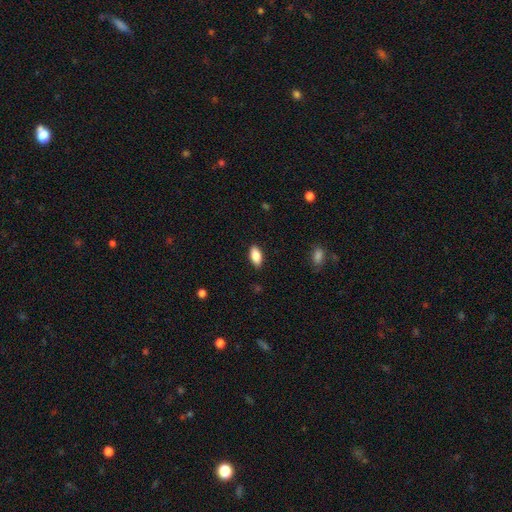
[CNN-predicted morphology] Q: Smooth or featured?
A: smooth (86%); runner-up: featured or disk (8%)
Q: How rounded?
A: in between (90%); runner-up: cigar-shaped (8%)
Q: Merging?
A: none (88%); runner-up: minor disturbance (9%)